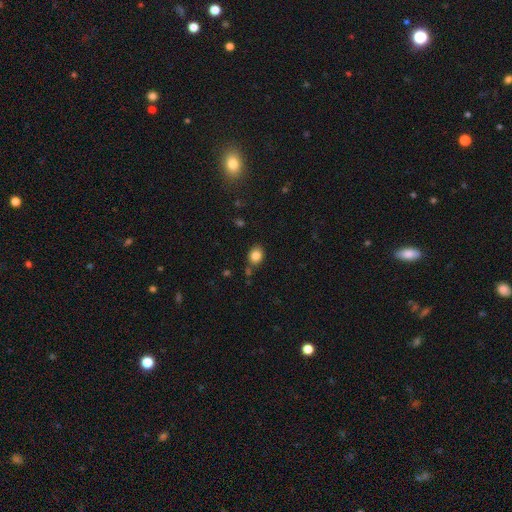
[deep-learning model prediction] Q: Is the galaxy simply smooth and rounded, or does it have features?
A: smooth — 83%.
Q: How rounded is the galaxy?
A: round — 53%.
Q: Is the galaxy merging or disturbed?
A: none — 75%.